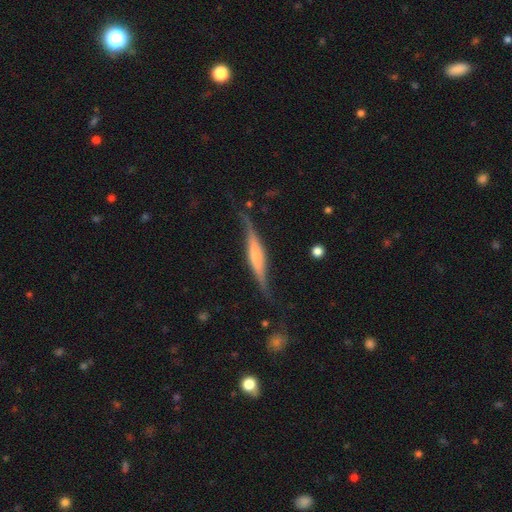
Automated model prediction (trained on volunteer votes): Smooth or featured? featured or disk (70%)
Edge-on disk? yes (84%)
Edge-on bulge? boxy (40%)
Merging? none (62%)